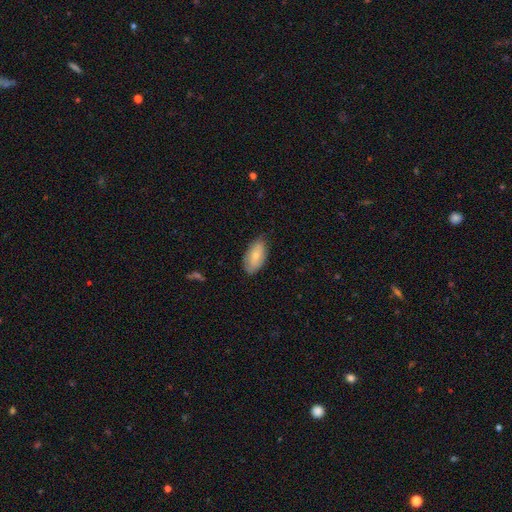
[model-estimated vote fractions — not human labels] Q: Smooth or featured?
A: smooth (66%); runner-up: featured or disk (28%)
Q: How rounded?
A: in between (93%); runner-up: round (4%)
Q: Merging?
A: none (73%); runner-up: minor disturbance (22%)